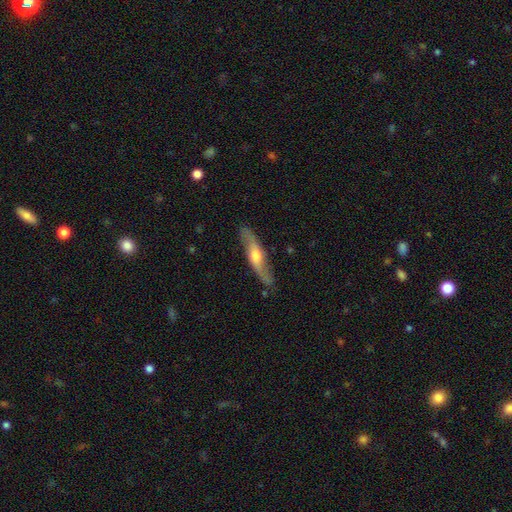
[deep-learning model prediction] Overall: featured or disk (64%; smooth 30%). Edge-on disk: yes (54%; no 46%). Merging: none (82%).